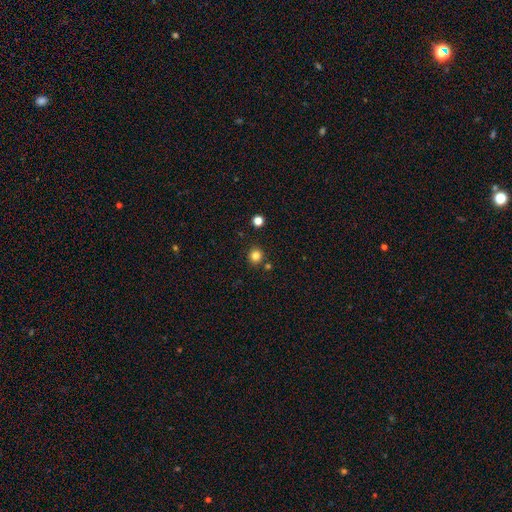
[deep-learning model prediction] A smooth galaxy with no disk features (82%) that is round (90%).

Vote fractions:
- Smooth or featured? smooth: 82% / star or artifact: 13% / featured or disk: 5%
- How rounded? round: 90% / in between: 9% / cigar-shaped: 1%
- Merging? none: 86% / minor disturbance: 7% / merger: 5% / major disturbance: 2%